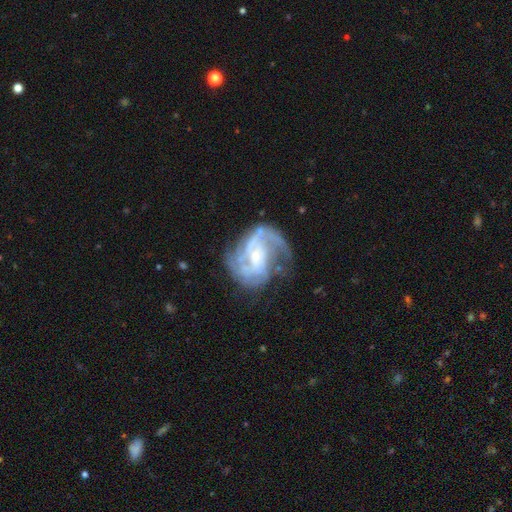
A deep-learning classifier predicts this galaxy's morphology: featured or disk 86%, smooth 7%, star or artifact 6%. Down the decision tree: edge-on disk — no (98%); bar — no (45%); spiral arms — yes (95%); spiral arm count — 2 (41%); spiral winding — medium (43%); bulge size — small (68%); merging — none (57%).